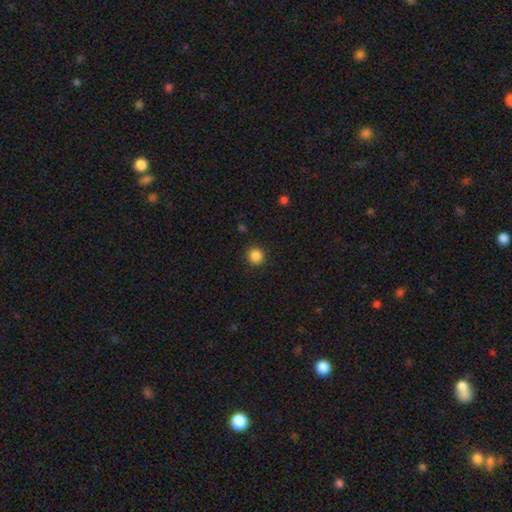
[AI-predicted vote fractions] A smooth galaxy with no disk features (86%) that is round (93%).

Vote fractions:
- Smooth or featured? smooth: 86% / star or artifact: 11% / featured or disk: 3%
- How rounded? round: 93% / in between: 6% / cigar-shaped: 1%
- Merging? none: 91% / minor disturbance: 6% / major disturbance: 2% / merger: 1%